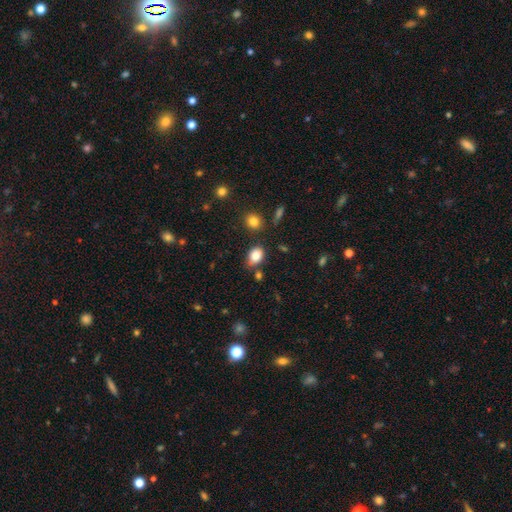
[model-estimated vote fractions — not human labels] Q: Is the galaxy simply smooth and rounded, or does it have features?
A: smooth — 85%.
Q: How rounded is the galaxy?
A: in between — 78%.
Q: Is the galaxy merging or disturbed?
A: none — 66%.